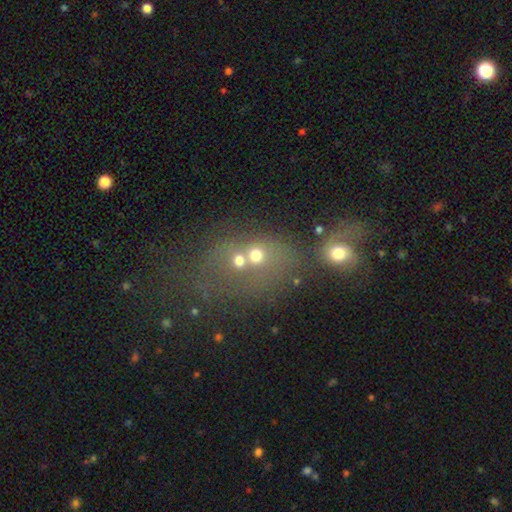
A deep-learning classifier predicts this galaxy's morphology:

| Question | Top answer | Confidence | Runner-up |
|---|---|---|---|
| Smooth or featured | smooth | 55% | featured or disk (25%) |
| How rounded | round | 60% | in between (39%) |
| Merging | merger | 60% | none (22%) |